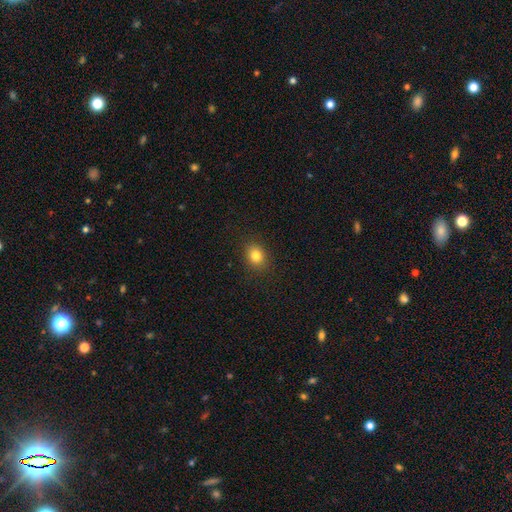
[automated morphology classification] A smooth galaxy with no disk features (82%) that is round (51%).

Vote fractions:
- Smooth or featured? smooth: 82% / star or artifact: 11% / featured or disk: 7%
- How rounded? round: 51% / in between: 48% / cigar-shaped: 1%
- Merging? none: 88% / minor disturbance: 8% / major disturbance: 2% / merger: 1%